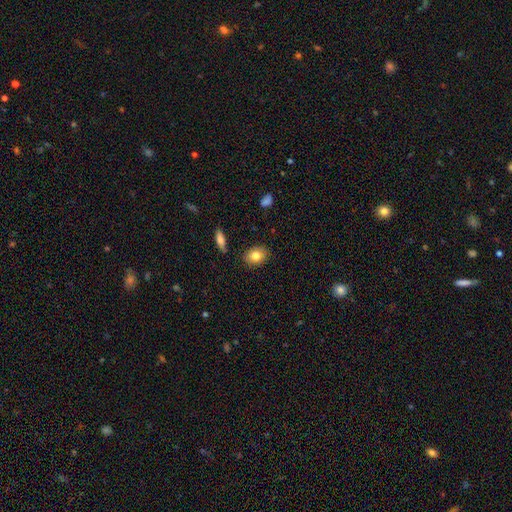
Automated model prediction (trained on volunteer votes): smooth 81%, featured or disk 11%, star or artifact 8%. Down the decision tree: how rounded — in between (63%); merging — none (85%).